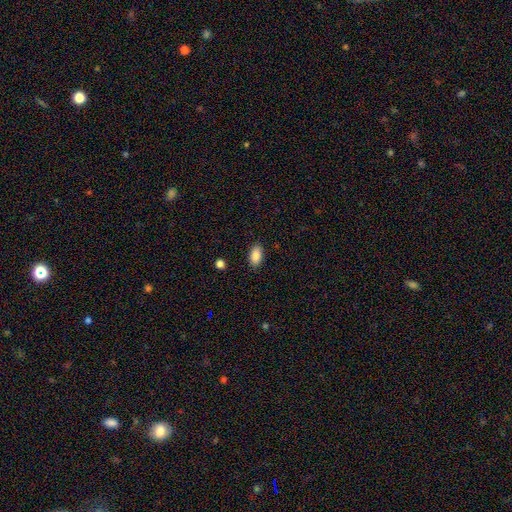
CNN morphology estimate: Overall: smooth (87%). How rounded: in between (93%). Merging: none (87%).